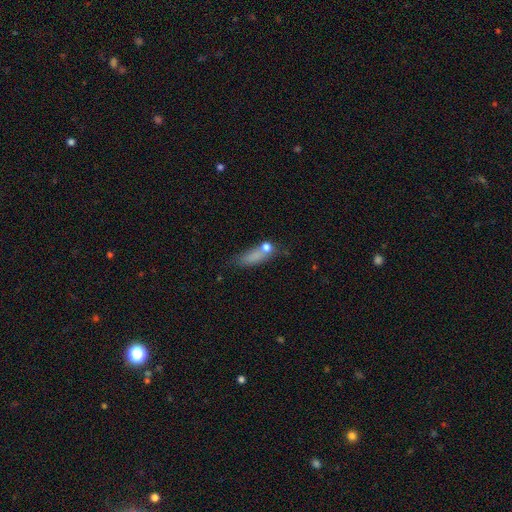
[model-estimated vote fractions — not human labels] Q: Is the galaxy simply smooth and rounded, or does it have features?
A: smooth — 72%.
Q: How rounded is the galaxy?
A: in between — 53%.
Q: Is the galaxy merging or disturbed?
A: none — 48%.